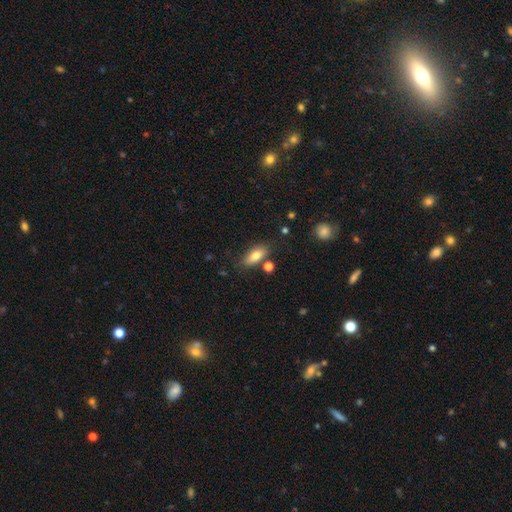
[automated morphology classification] type=smooth (75%); roundness=in between (78%); merging=none (77%).